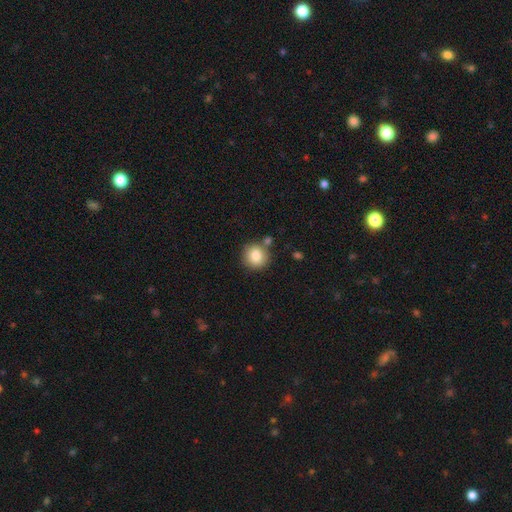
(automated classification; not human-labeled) Smooth or featured? smooth (83%)
How rounded? round (91%)
Merging? none (77%)